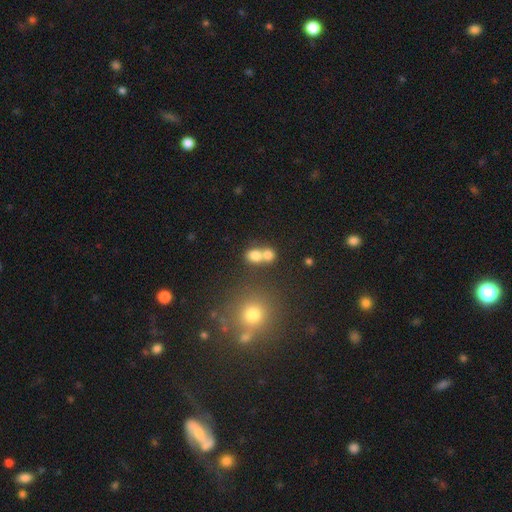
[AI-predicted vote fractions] Morphology: type=smooth (75%); roundness=round (61%); merging=merger (57%).